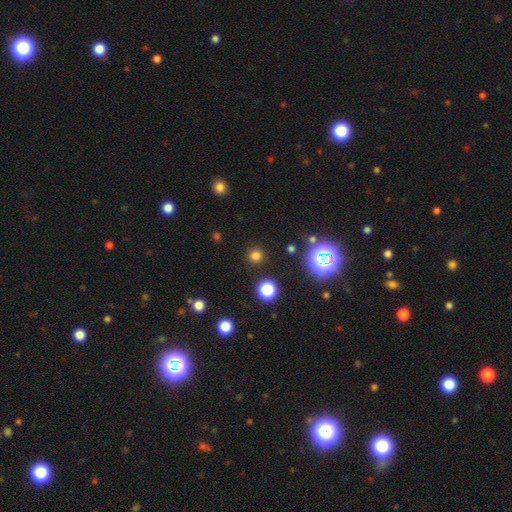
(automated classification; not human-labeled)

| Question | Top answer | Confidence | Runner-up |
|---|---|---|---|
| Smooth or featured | smooth | 73% | star or artifact (23%) |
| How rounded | round | 93% | in between (6%) |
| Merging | none | 90% | minor disturbance (5%) |